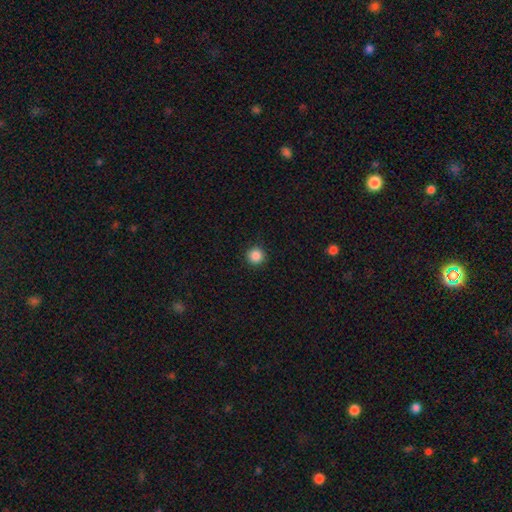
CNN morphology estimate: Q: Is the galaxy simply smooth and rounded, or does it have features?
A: smooth — 87%.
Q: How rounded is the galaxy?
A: round — 96%.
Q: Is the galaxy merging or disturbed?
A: none — 93%.